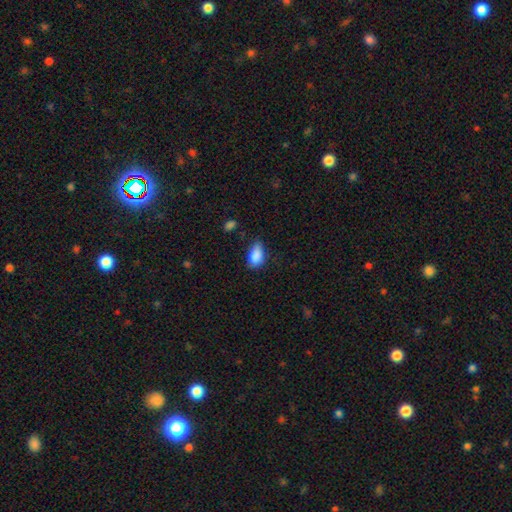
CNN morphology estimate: A smooth galaxy with no disk features (87%) that is in between round and cigar-shaped (91%).

Vote fractions:
- Smooth or featured? smooth: 87% / star or artifact: 7% / featured or disk: 6%
- How rounded? in between: 91% / round: 6% / cigar-shaped: 3%
- Merging? none: 55% / minor disturbance: 34% / major disturbance: 8% / merger: 2%